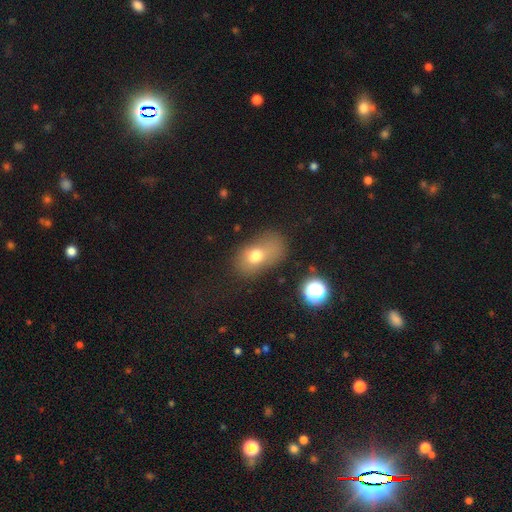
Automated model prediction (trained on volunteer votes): The model was most divided on "merging": none: 48%, minor disturbance: 27%, major disturbance: 20%, merger: 5%. More confident: how rounded — in between (82%); smooth or featured — smooth (70%).